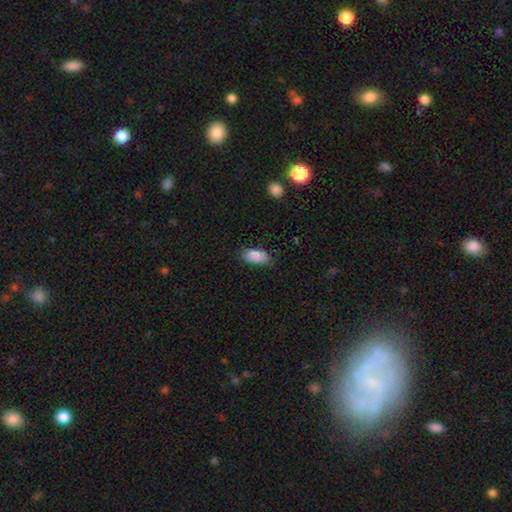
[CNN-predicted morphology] Overall: smooth (89%). How rounded: in between (92%). Merging: none (76%).